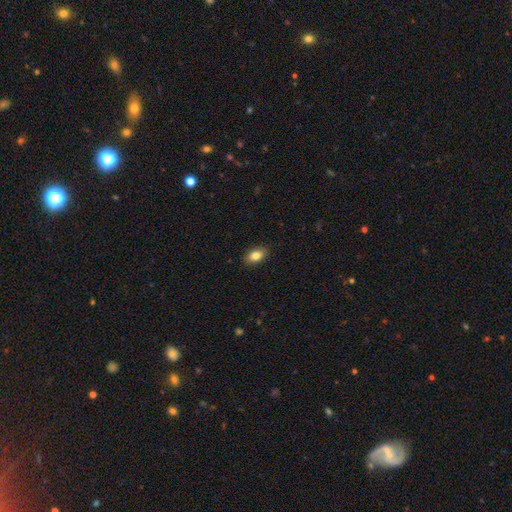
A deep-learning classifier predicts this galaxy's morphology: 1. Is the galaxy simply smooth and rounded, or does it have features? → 83% smooth, 9% featured or disk, 8% star or artifact.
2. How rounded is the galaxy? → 89% in between, 9% round, 2% cigar-shaped.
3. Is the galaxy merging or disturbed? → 89% none, 9% minor disturbance, 2% major disturbance, 1% merger.